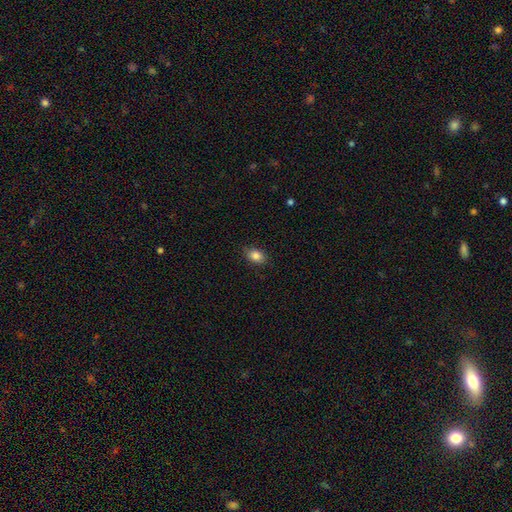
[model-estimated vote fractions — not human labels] A smooth galaxy with no disk features (85%) that is in between round and cigar-shaped (80%).

Vote fractions:
- Smooth or featured? smooth: 85% / star or artifact: 9% / featured or disk: 6%
- How rounded? in between: 80% / round: 18% / cigar-shaped: 1%
- Merging? none: 87% / minor disturbance: 10% / major disturbance: 2% / merger: 1%